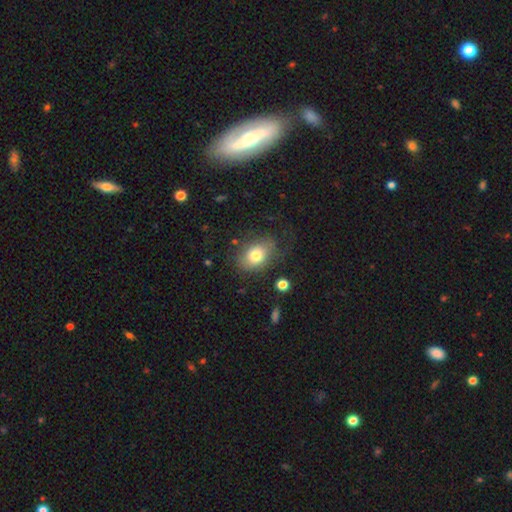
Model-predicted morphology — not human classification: This is likely a smooth galaxy (75%). How rounded: likely in between (72%). Merging: likely none (62%).